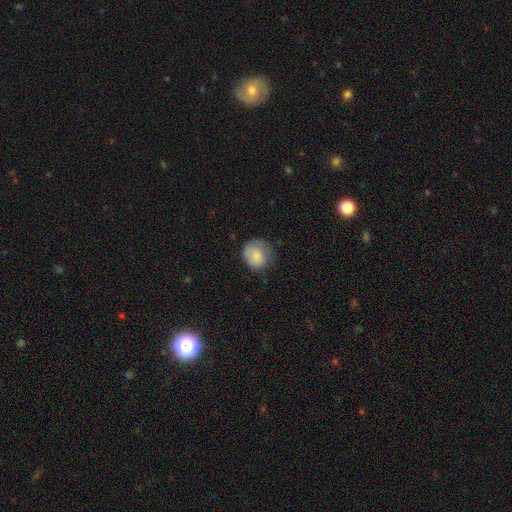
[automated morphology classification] Q: Smooth or featured?
A: smooth (84%); runner-up: featured or disk (9%)
Q: How rounded?
A: round (74%); runner-up: in between (25%)
Q: Merging?
A: none (63%); runner-up: minor disturbance (27%)